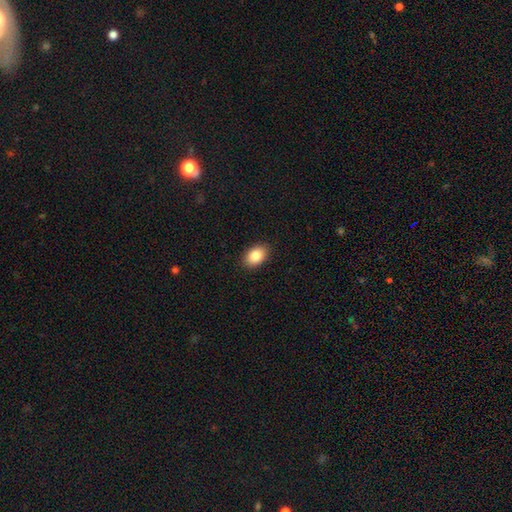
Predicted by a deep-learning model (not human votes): The model was most divided on "how rounded": in between: 85%, round: 14%, cigar-shaped: 1%. More confident: merging — none (90%); smooth or featured — smooth (86%).